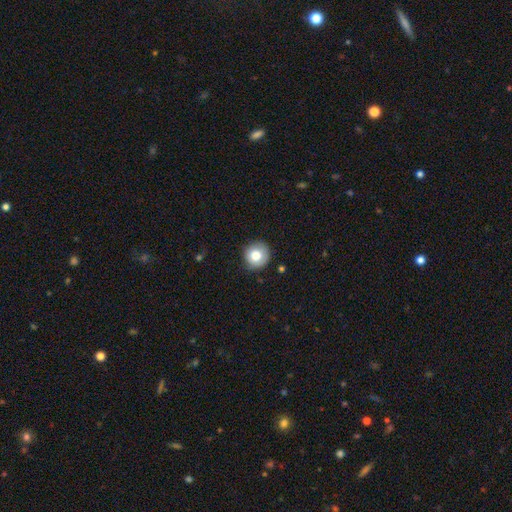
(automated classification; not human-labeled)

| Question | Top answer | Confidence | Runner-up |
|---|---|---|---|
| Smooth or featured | smooth | 79% | featured or disk (12%) |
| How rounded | round | 92% | in between (7%) |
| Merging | none | 83% | minor disturbance (13%) |